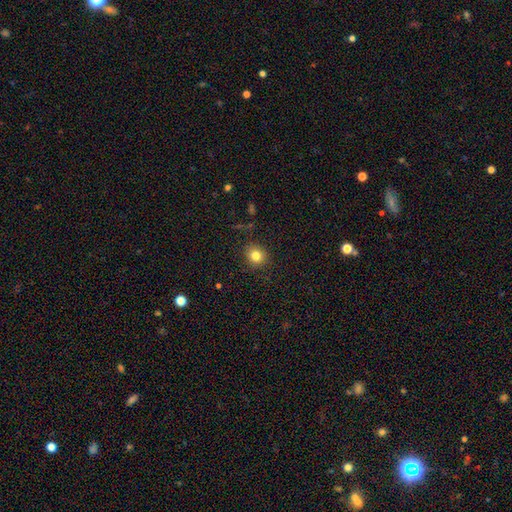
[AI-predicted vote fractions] Smooth or featured?
  - smooth: 81% *
  - star or artifact: 12%
  - featured or disk: 7%
How rounded?
  - round: 82% *
  - in between: 17%
  - cigar-shaped: 1%
Merging?
  - none: 87% *
  - minor disturbance: 9%
  - major disturbance: 3%
  - merger: 1%